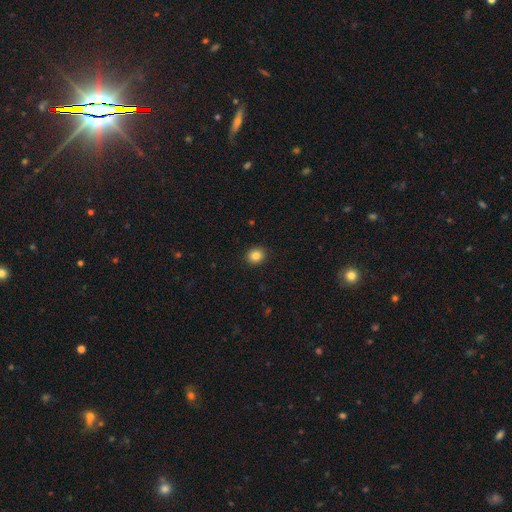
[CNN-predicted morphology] This appears to be a smooth galaxy with no disk features (85%) that is round (77%). Merging: none (91%).